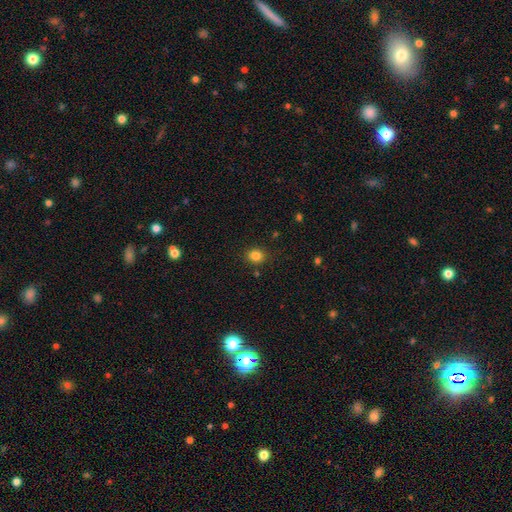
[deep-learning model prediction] Smooth or featured? smooth (83%)
How rounded? round (70%)
Merging? none (86%)